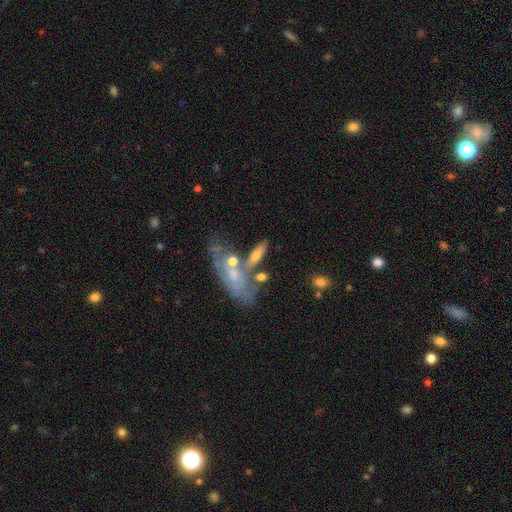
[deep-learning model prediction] featured or disk 47%, smooth 44%, star or artifact 9%. Down the decision tree: merging — none (43%).